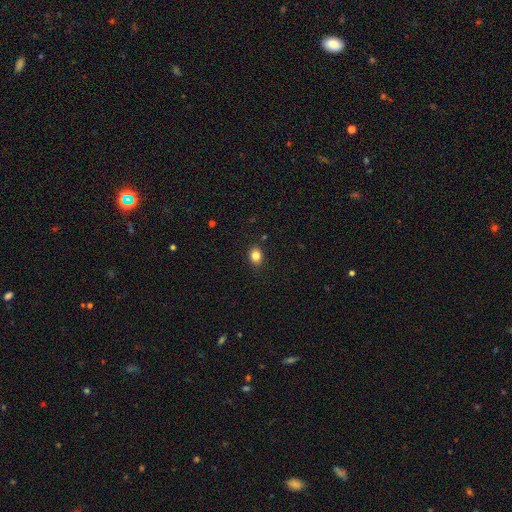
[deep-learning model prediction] Smooth or featured? smooth (83%)
How rounded? in between (52%)
Merging? none (89%)